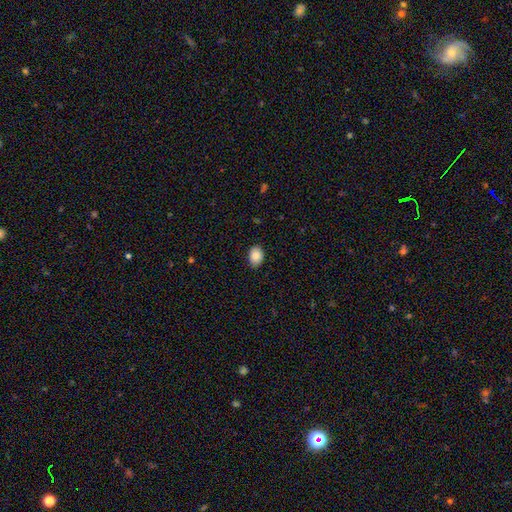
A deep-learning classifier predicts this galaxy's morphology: A smooth galaxy with no disk features (88%) that is in between round and cigar-shaped (73%). Merging: none (84%).